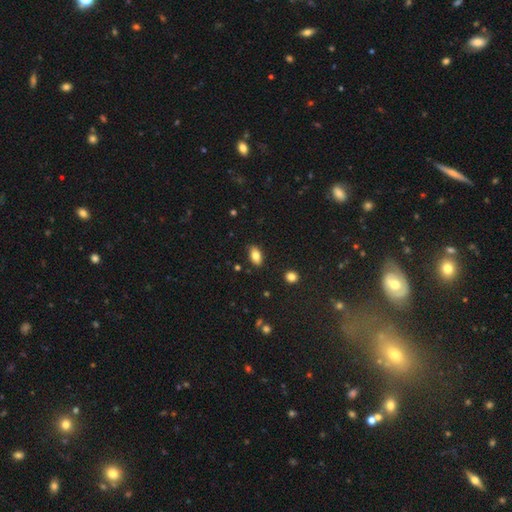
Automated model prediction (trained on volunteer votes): Overall: smooth (81%). How rounded: in between (91%). Merging: none (86%).